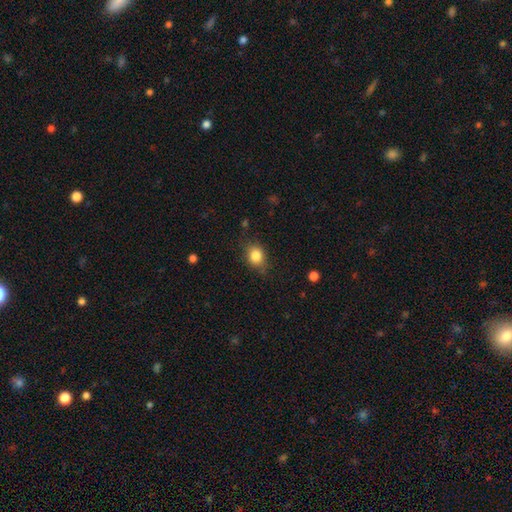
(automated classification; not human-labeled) Q: Smooth or featured?
A: smooth (84%); runner-up: star or artifact (9%)
Q: How rounded?
A: round (52%); runner-up: in between (47%)
Q: Merging?
A: none (76%); runner-up: minor disturbance (18%)